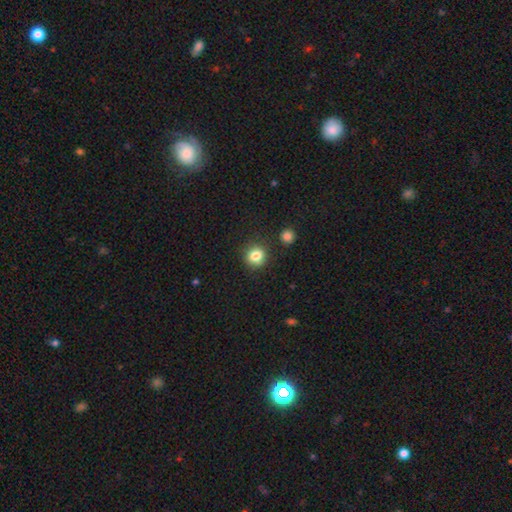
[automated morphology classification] Smooth or featured? Predicted: smooth (p=0.83). How rounded? Predicted: round (p=0.84). Merging? Predicted: none (p=0.85).